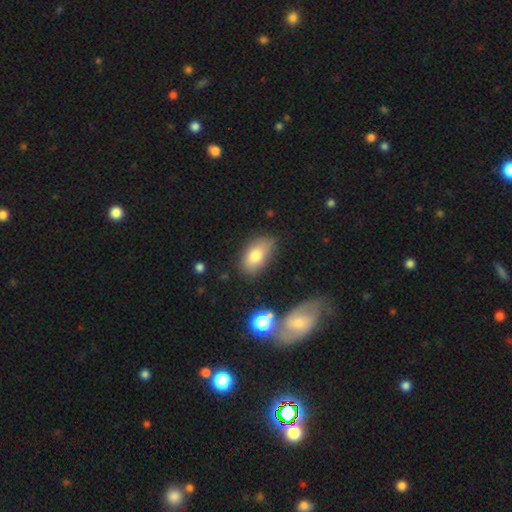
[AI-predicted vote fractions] Overall: smooth (76%). How rounded: in between (91%). Merging: none (74%).